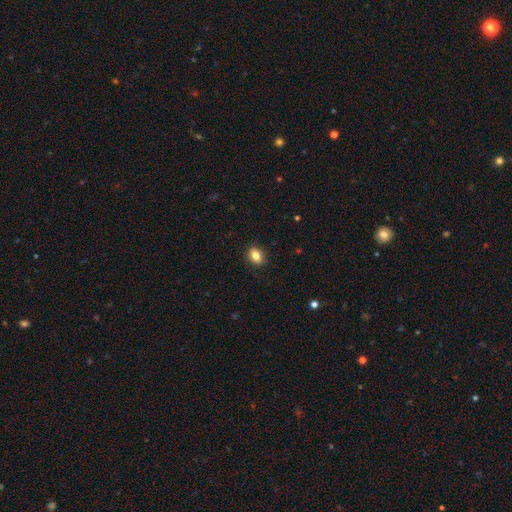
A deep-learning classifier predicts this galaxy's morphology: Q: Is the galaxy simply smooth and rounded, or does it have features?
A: smooth — 84%.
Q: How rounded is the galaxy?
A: in between — 71%.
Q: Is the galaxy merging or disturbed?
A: none — 89%.